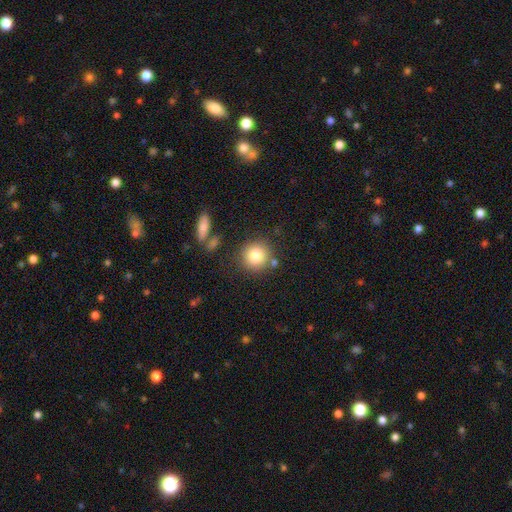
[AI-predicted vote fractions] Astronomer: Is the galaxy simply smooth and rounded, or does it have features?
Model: smooth — 81%.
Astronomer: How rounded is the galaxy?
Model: round — 91%.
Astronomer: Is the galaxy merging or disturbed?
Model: none — 79%.